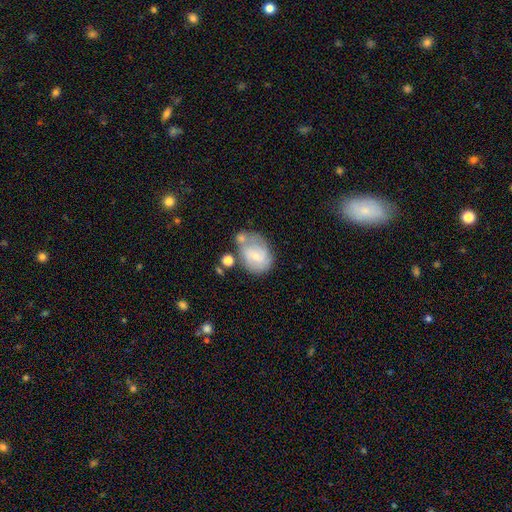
smooth-or-featured: featured or disk: 55% | smooth: 37% | star or artifact: 8%
  disk-edge-on: no: 90% | yes: 10%
    bar: no: 58% | weak: 37% | strong: 5%
    has-spiral-arms: yes: 74% | no: 26%
      spiral-winding: tight: 57% | medium: 36% | loose: 7%
      spiral-arm-count: 2: 71% | can't tell: 21% | 3: 7% | 1: 0% | 4: 0% | more than 4: 0%
    bulge-size: small: 74% | moderate: 26% | dominant: 0% | large: 0% | none: 0%
  merging: none: 51% | minor disturbance: 20% | major disturbance: 14% | merger: 14%